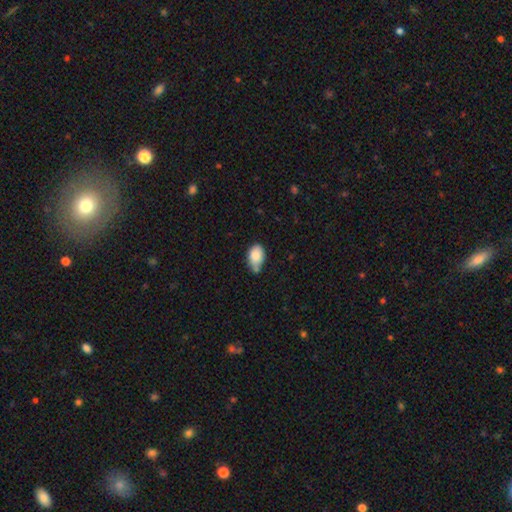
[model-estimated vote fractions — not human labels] Smooth or featured? smooth (84%)
How rounded? in between (87%)
Merging? none (45%)